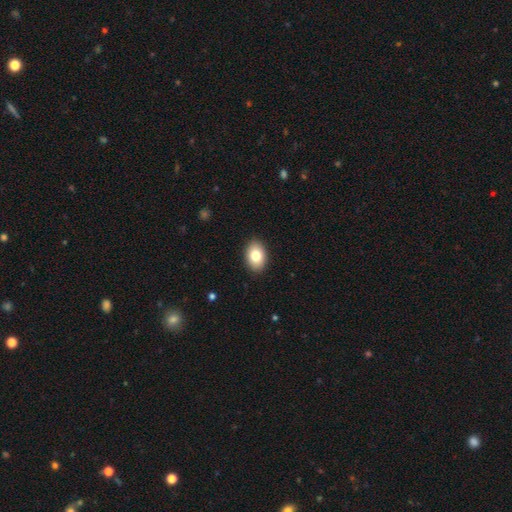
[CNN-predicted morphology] Overall: smooth (81%). How rounded: in between (83%). Merging: none (89%).